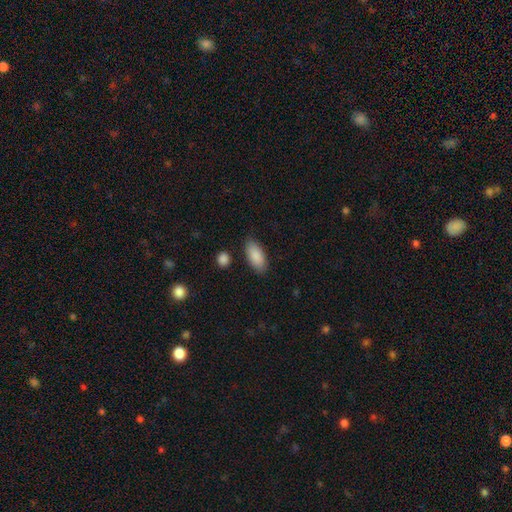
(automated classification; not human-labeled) smooth 89%, star or artifact 6%, featured or disk 5%. Down the decision tree: how rounded — in between (89%); merging — none (84%).